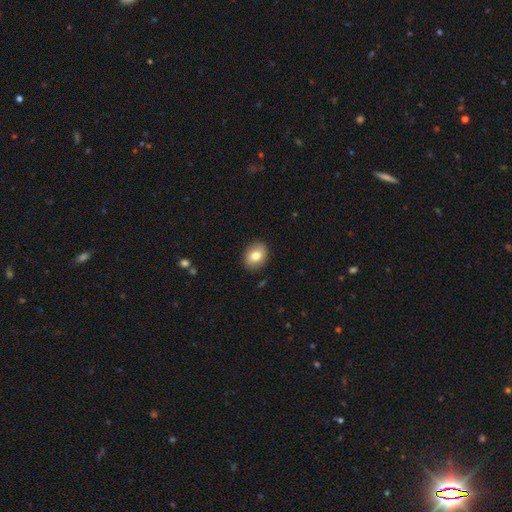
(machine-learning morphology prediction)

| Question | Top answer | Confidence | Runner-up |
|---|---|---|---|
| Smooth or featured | smooth | 79% | featured or disk (13%) |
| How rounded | in between | 59% | round (40%) |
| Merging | none | 88% | minor disturbance (9%) |